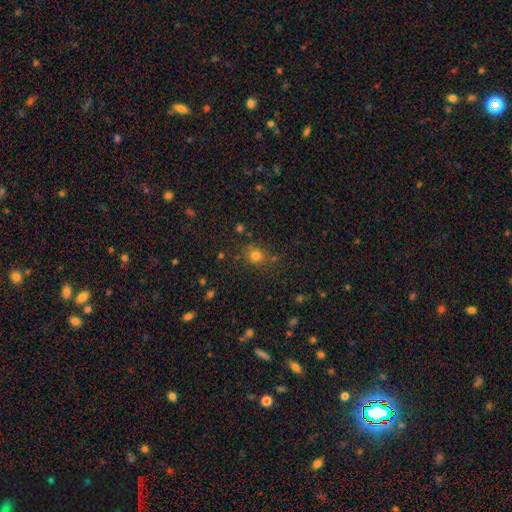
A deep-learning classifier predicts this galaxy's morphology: Smooth or featured: smooth — 76% (star or artifact — 17%)
How rounded: round — 74% (in between — 25%)
Merging: none — 77% (minor disturbance — 13%)